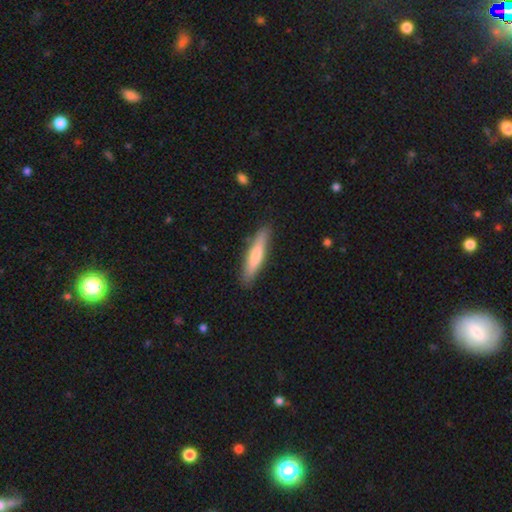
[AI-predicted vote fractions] The model was most divided on "smooth or featured": smooth: 71%, featured or disk: 23%, star or artifact: 5%. More confident: how rounded — cigar-shaped (87%); merging — none (86%).